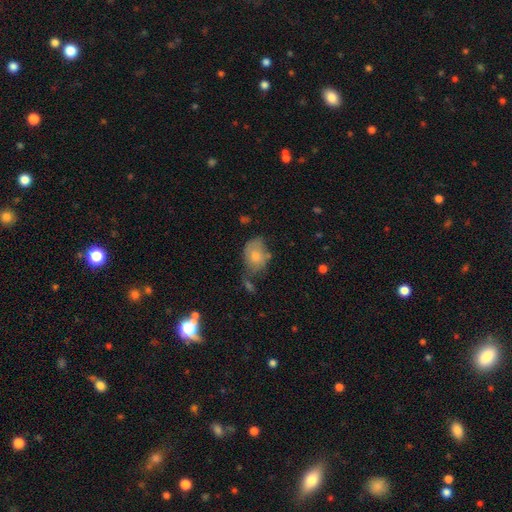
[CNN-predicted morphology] Smooth or featured? Predicted: smooth (p=0.71). How rounded? Predicted: in between (p=0.76). Merging? Predicted: none (p=0.41).